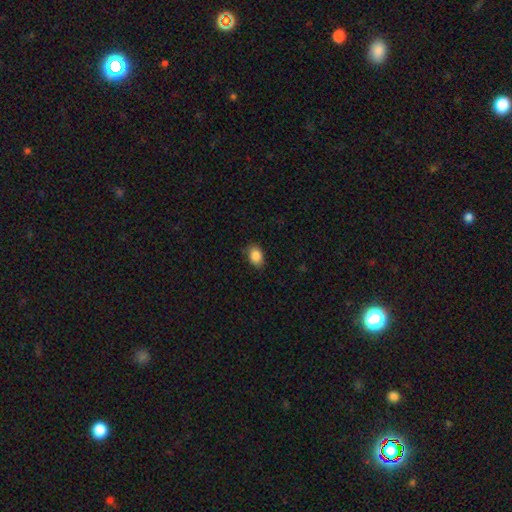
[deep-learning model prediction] Overall: smooth (87%). How rounded: in between (77%). Merging: none (81%).